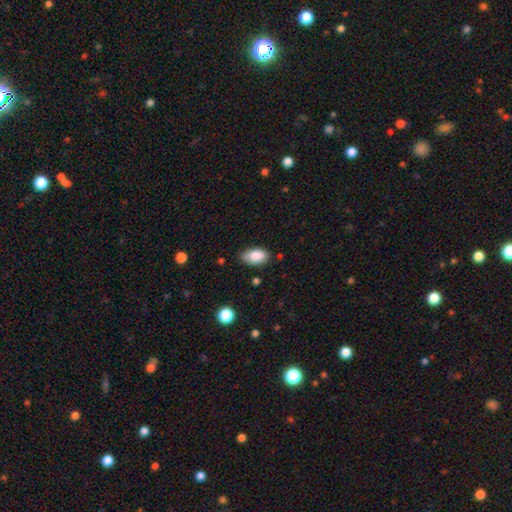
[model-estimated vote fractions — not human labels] A smooth galaxy with no disk features (84%) that is in between round and cigar-shaped (93%).

Vote fractions:
- Smooth or featured? smooth: 84% / featured or disk: 8% / star or artifact: 7%
- How rounded? in between: 93% / round: 5% / cigar-shaped: 2%
- Merging? none: 75% / minor disturbance: 20% / major disturbance: 3% / merger: 2%